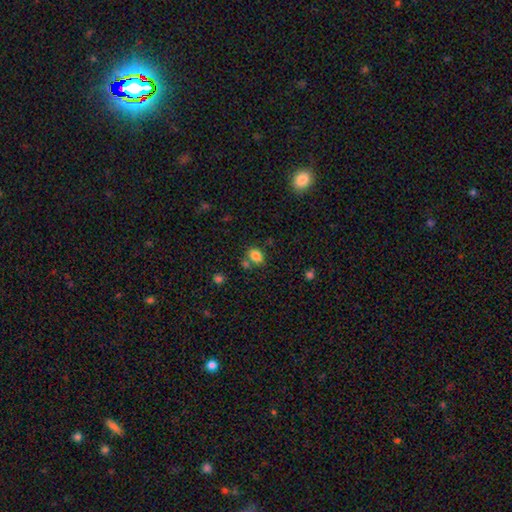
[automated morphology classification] smooth_or_featured: smooth (p=0.83) [alt: star or artifact p=0.11]
how_rounded: in between (p=0.65) [alt: round p=0.34]
merging: none (p=0.66) [alt: merger p=0.17]